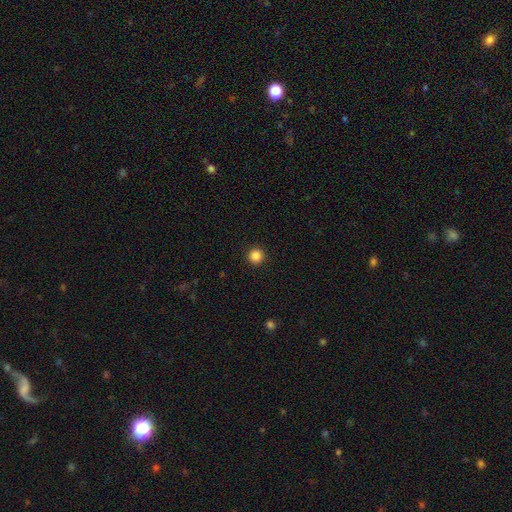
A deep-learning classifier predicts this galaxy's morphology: smooth_or_featured: smooth (p=0.86) [alt: star or artifact p=0.11]
how_rounded: round (p=0.96) [alt: in between p=0.03]
merging: none (p=0.93) [alt: minor disturbance p=0.04]